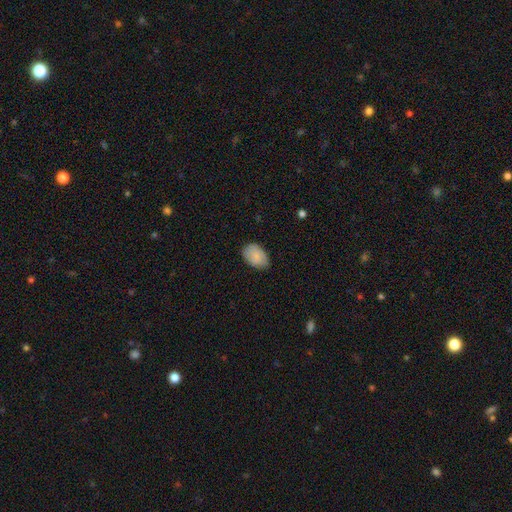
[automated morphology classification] Smooth or featured?
  - smooth: 84% *
  - featured or disk: 9%
  - star or artifact: 7%
How rounded?
  - in between: 89% *
  - round: 10%
  - cigar-shaped: 1%
Merging?
  - none: 77% *
  - minor disturbance: 19%
  - major disturbance: 3%
  - merger: 1%